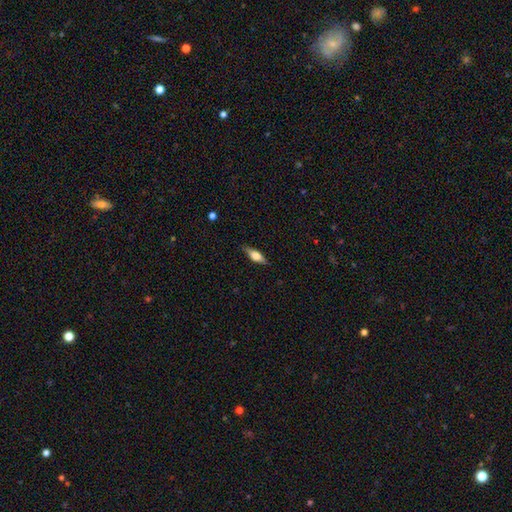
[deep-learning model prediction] The model was most divided on "smooth or featured": smooth: 53%, featured or disk: 40%, star or artifact: 7%. More confident: merging — none (82%); how rounded — in between (63%).